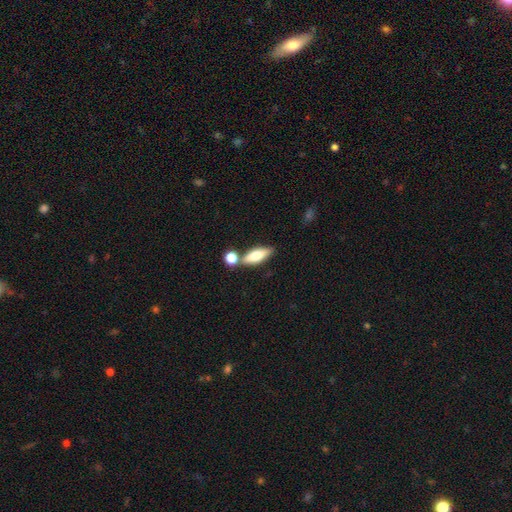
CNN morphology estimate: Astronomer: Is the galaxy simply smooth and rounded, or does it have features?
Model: smooth — 69%.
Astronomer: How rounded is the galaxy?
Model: in between — 63%.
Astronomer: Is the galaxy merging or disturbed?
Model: none — 64%.